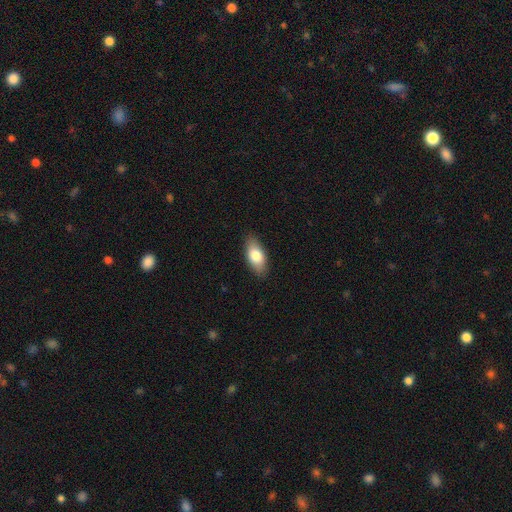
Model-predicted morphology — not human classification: Smooth or featured? Predicted: smooth (p=0.79). How rounded? Predicted: in between (p=0.89). Merging? Predicted: none (p=0.87).